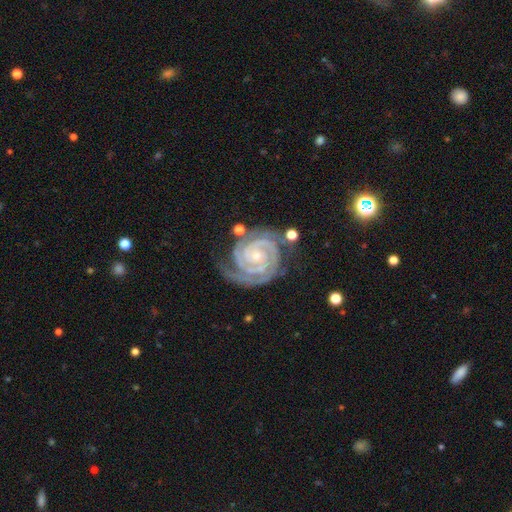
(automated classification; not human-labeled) This is clearly a featured or disk galaxy (94%). It is clearly not viewed edge-on (98%). Bar: likely no (66%). Spiral arm pattern: clearly yes (99%). Spiral arm count: possibly 2 (59%). Spiral winding: clearly tight (86%). Central bulge: likely small (78%). Merging: likely none (72%).